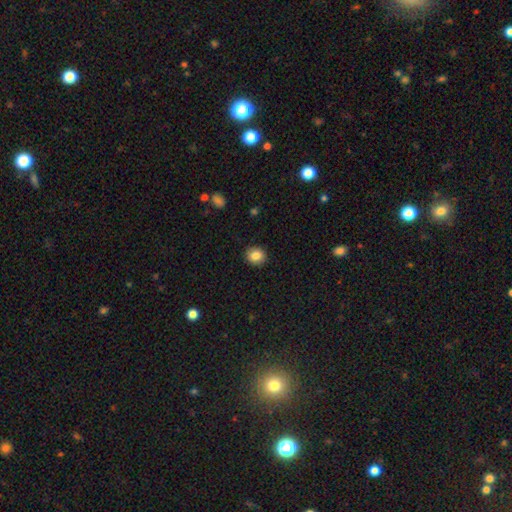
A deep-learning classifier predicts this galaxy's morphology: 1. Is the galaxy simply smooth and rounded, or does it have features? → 85% smooth, 9% star or artifact, 6% featured or disk.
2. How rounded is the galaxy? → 79% round, 20% in between, 1% cigar-shaped.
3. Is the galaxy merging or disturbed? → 90% none, 7% minor disturbance, 2% major disturbance, 1% merger.